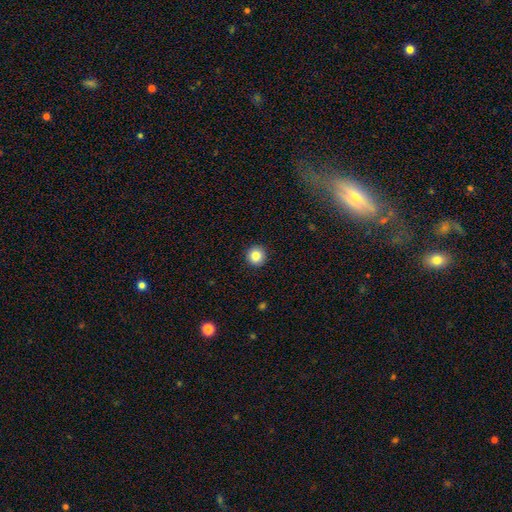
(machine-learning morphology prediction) Overall: smooth (84%). How rounded: round (95%). Merging: none (93%).